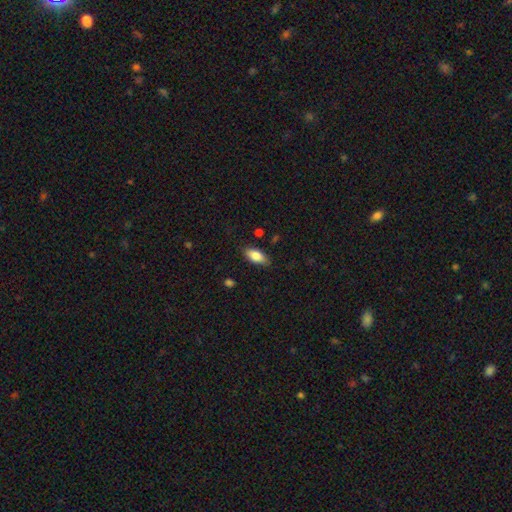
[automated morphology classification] Smooth or featured? Predicted: smooth (p=0.82). How rounded? Predicted: in between (p=0.87). Merging? Predicted: none (p=0.84).